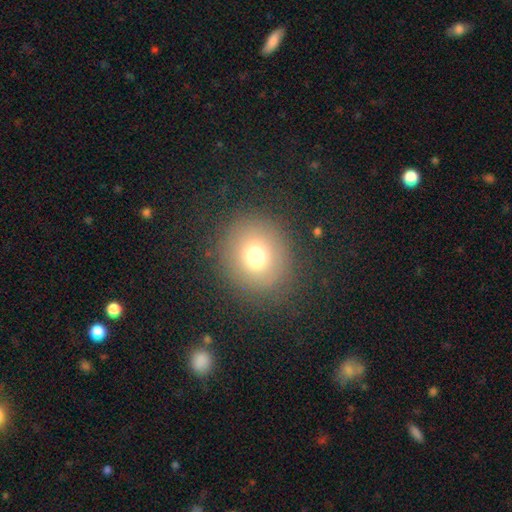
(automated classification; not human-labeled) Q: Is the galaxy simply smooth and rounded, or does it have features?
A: smooth — 72%.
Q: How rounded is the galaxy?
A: round — 84%.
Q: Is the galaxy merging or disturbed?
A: none — 85%.